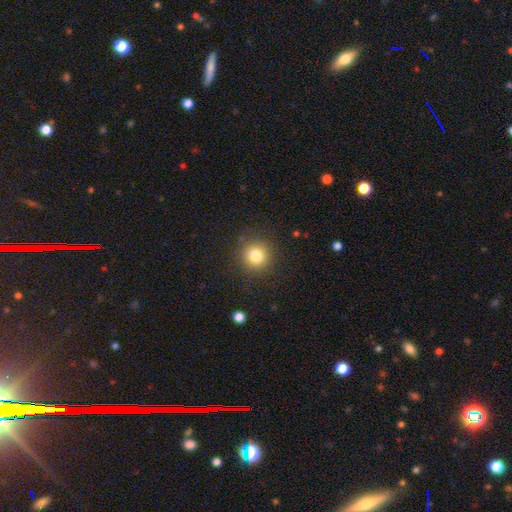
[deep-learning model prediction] Morphology: type=smooth (81%); roundness=round (94%); merging=none (88%).